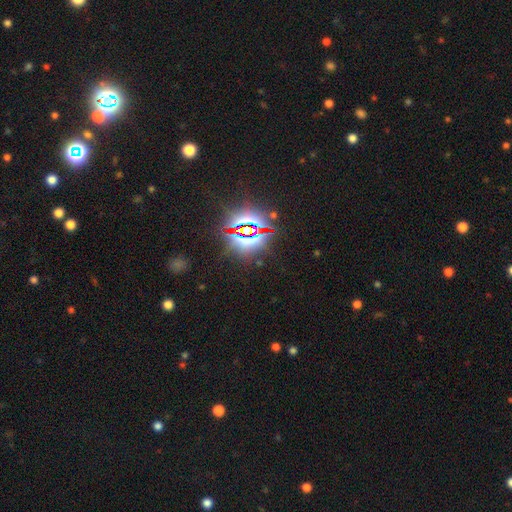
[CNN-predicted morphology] Q: Smooth or featured?
A: star or artifact (85%); runner-up: smooth (9%)